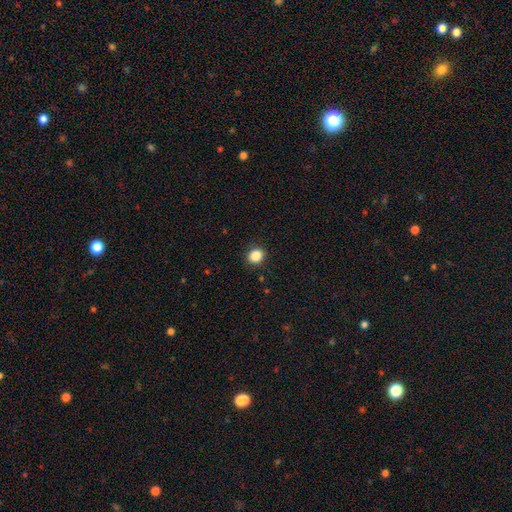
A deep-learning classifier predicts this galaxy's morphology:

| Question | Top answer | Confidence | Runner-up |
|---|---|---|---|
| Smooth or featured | smooth | 86% | star or artifact (11%) |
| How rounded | round | 75% | in between (24%) |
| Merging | none | 90% | minor disturbance (7%) |